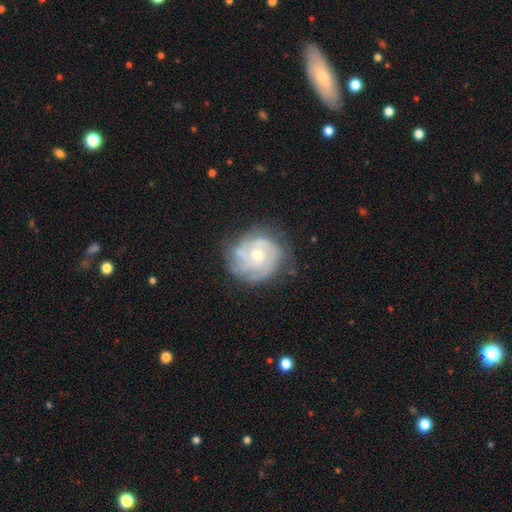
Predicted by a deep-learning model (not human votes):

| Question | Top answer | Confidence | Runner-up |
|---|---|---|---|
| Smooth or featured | featured or disk | 79% | smooth (15%) |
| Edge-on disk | no | 98% | yes (2%) |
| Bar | no | 73% | weak (24%) |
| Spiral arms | yes | 91% | no (9%) |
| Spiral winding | tight | 64% | medium (29%) |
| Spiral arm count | can't tell | 34% | 3 (27%) |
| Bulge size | moderate | 51% | small (44%) |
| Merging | none | 69% | minor disturbance (20%) |